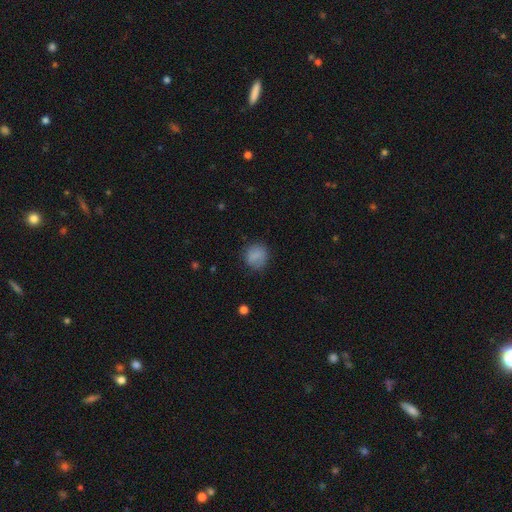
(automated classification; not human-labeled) Morphology: type=smooth (81%); roundness=round (81%); merging=none (76%).